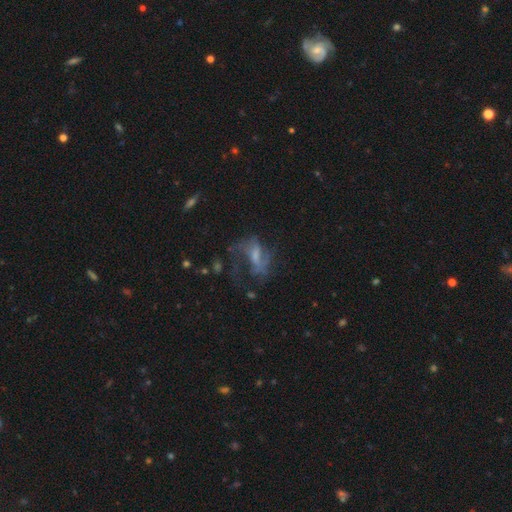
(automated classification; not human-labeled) Smooth or featured? Predicted: featured or disk (p=0.61). Edge-on disk? Predicted: no (p=0.94). Bar? Predicted: no (p=0.42). Spiral arms? Predicted: yes (p=0.60). Bulge size? Predicted: small (p=0.32). Merging? Predicted: major disturbance (p=0.45).